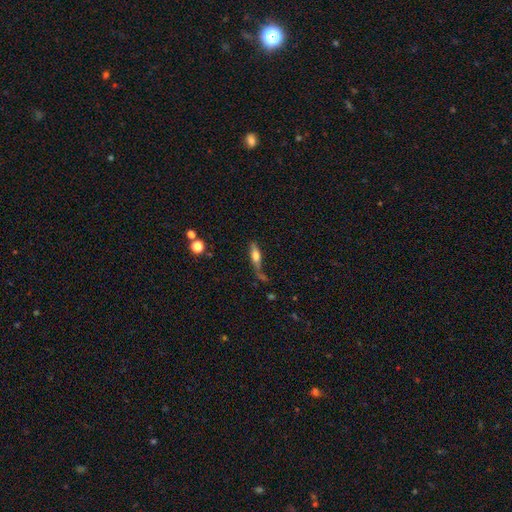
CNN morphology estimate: This appears to be a smooth galaxy with no disk features (58%) that is cigar-shaped (54%). Merging: none (49%).